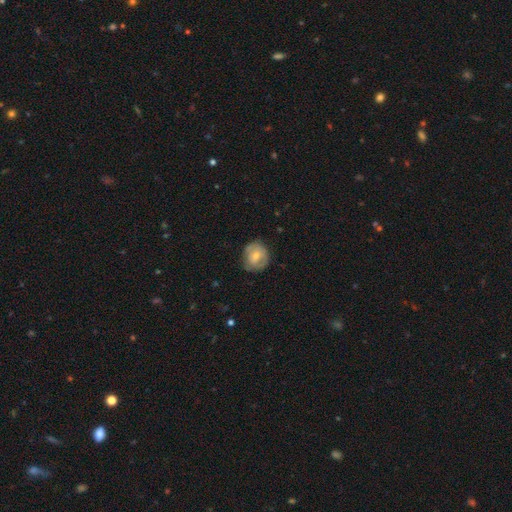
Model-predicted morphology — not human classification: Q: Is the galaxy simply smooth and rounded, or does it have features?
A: smooth — 50%.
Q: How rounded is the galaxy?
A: round — 72%.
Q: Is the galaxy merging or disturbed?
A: none — 69%.